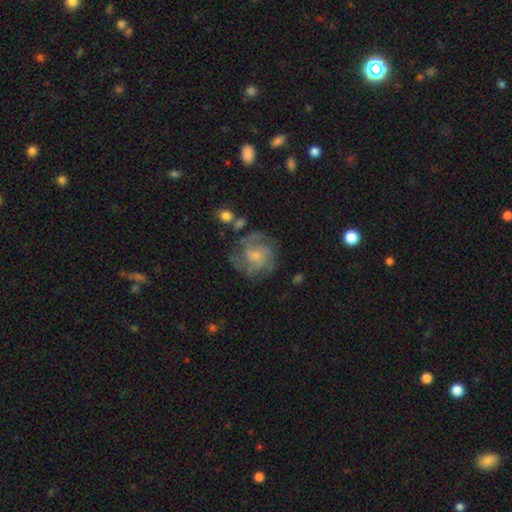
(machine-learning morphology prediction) A featured or disk galaxy (76%) with no bar (65%), tight (51%) spiral arms (92%) and a small central bulge (61%).

Vote fractions:
- Smooth or featured? featured or disk: 76% / smooth: 15% / star or artifact: 9%
- Edge-on disk? no: 98% / yes: 2%
- Bar? no: 65% / weak: 30% / strong: 4%
- Spiral arms? yes: 92% / no: 8%
- Spiral winding? tight: 51% / medium: 39% / loose: 10%
- Spiral arm count? can't tell: 29% / 3: 28% / 2: 21% / 4: 12% / 1: 6% / more than 4: 5%
- Bulge size? small: 61% / moderate: 29% / none: 7% / large: 2% / dominant: 1%
- Merging? none: 72% / minor disturbance: 16% / major disturbance: 9% / merger: 3%